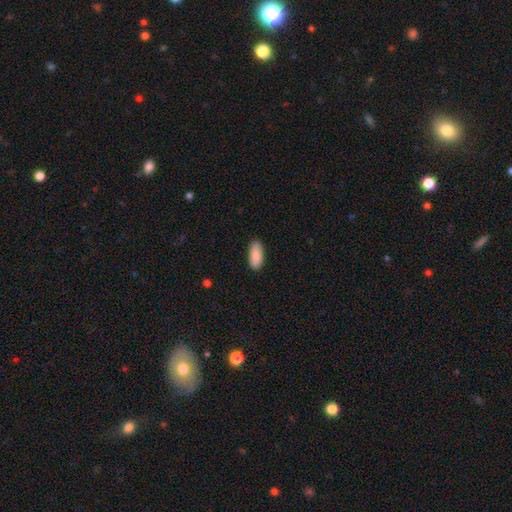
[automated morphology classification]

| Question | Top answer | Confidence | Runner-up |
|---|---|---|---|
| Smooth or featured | smooth | 89% | star or artifact (6%) |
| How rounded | in between | 85% | cigar-shaped (13%) |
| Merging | none | 88% | minor disturbance (10%) |